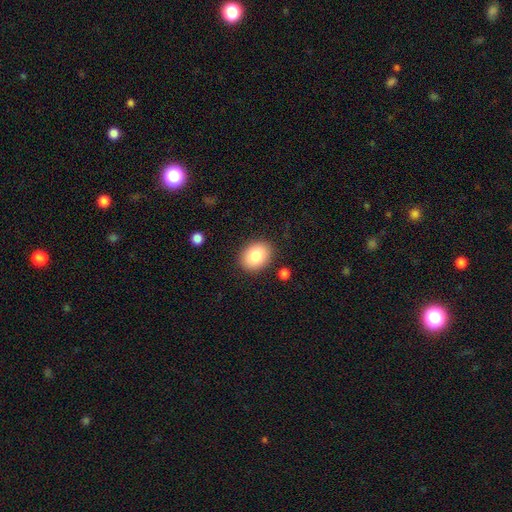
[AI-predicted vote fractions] Smooth or featured? Predicted: smooth (p=0.83). How rounded? Predicted: in between (p=0.54). Merging? Predicted: none (p=0.87).